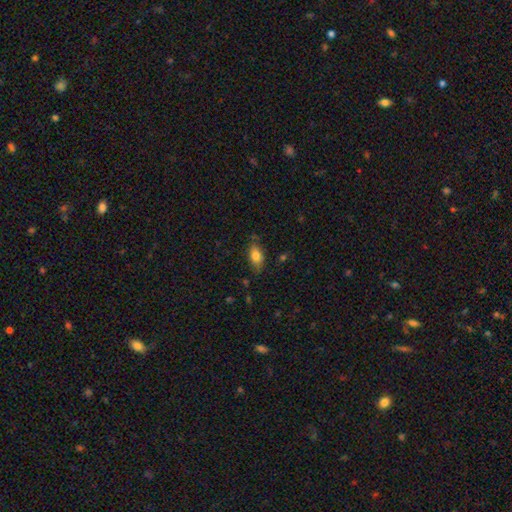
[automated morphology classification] Smooth or featured?
  - smooth: 79% *
  - featured or disk: 13%
  - star or artifact: 8%
How rounded?
  - in between: 87% *
  - cigar-shaped: 7%
  - round: 7%
Merging?
  - none: 74% *
  - minor disturbance: 20%
  - major disturbance: 4%
  - merger: 2%